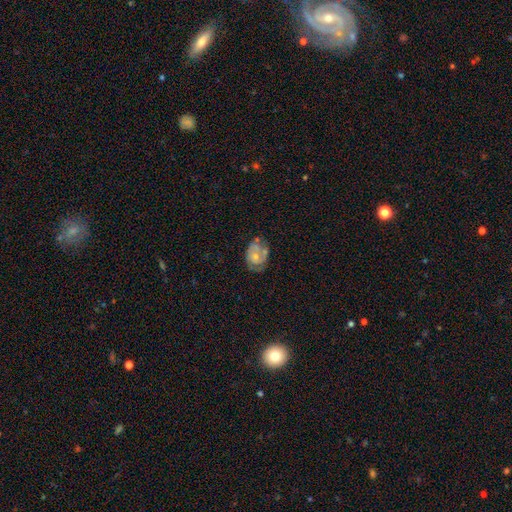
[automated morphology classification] Smooth or featured? featured or disk (62%)
Edge-on disk? no (97%)
Bar? no (79%)
Spiral arms? yes (69%)
Bulge size? small (52%)
Merging? none (44%)